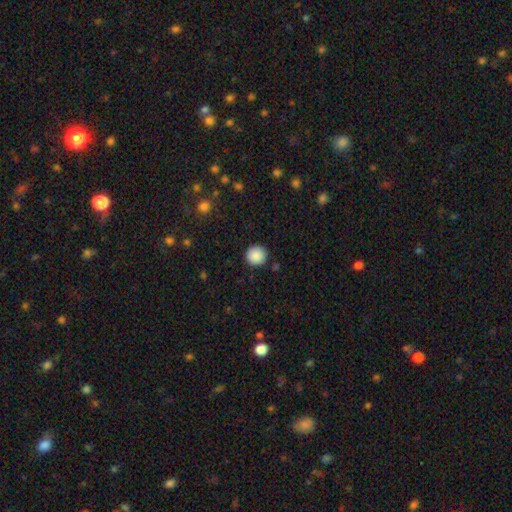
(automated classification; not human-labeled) Smooth or featured? smooth (89%)
How rounded? round (93%)
Merging? none (91%)